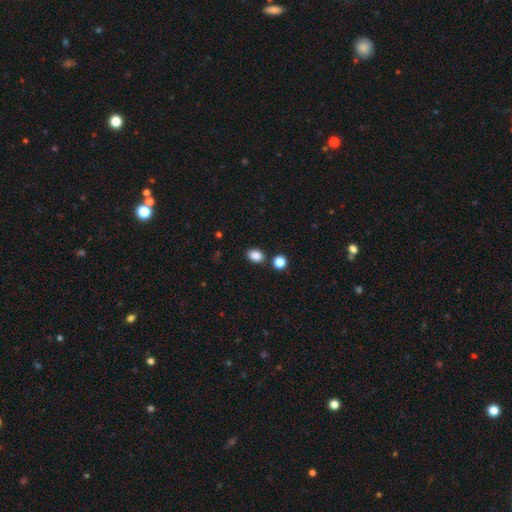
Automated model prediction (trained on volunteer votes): Smooth or featured?
  - smooth: 86% *
  - star or artifact: 10%
  - featured or disk: 4%
How rounded?
  - in between: 70% *
  - round: 29%
  - cigar-shaped: 1%
Merging?
  - none: 80% *
  - minor disturbance: 10%
  - merger: 7%
  - major disturbance: 3%